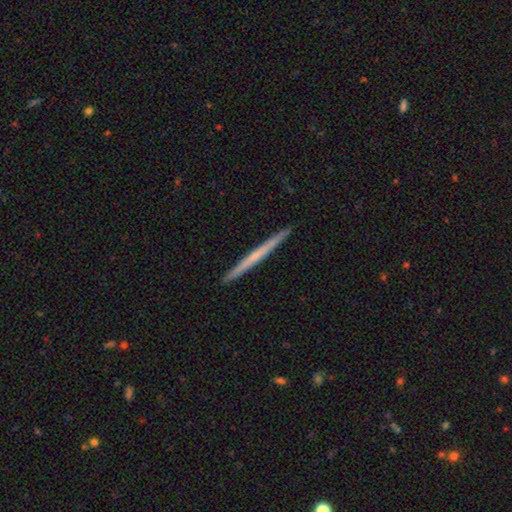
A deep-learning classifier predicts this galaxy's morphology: A featured or disk galaxy (54%) viewed edge-on (98%) with no central bulge (80%). Merging: none (93%).